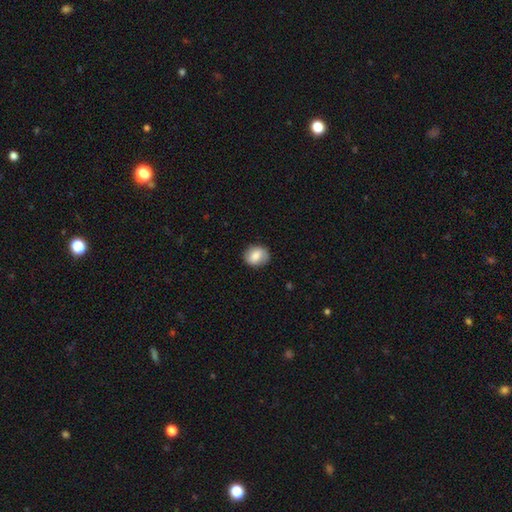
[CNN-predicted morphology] A smooth galaxy with no disk features (78%) that is round (63%).

Vote fractions:
- Smooth or featured? smooth: 78% / featured or disk: 14% / star or artifact: 8%
- How rounded? round: 63% / in between: 36% / cigar-shaped: 1%
- Merging? none: 84% / minor disturbance: 12% / major disturbance: 3% / merger: 1%